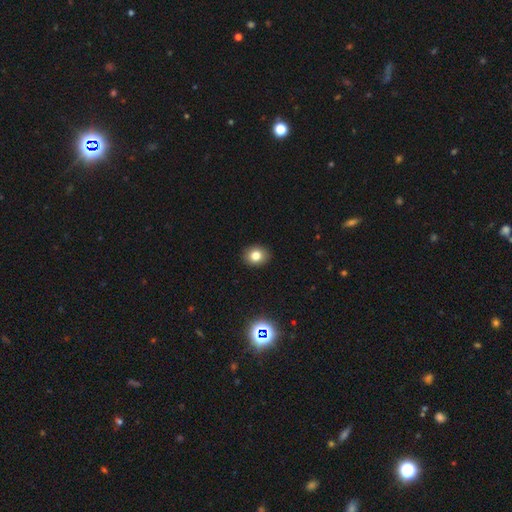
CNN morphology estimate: The model was most divided on "how rounded": round: 64%, in between: 35%, cigar-shaped: 1%. More confident: merging — none (91%); smooth or featured — smooth (79%).